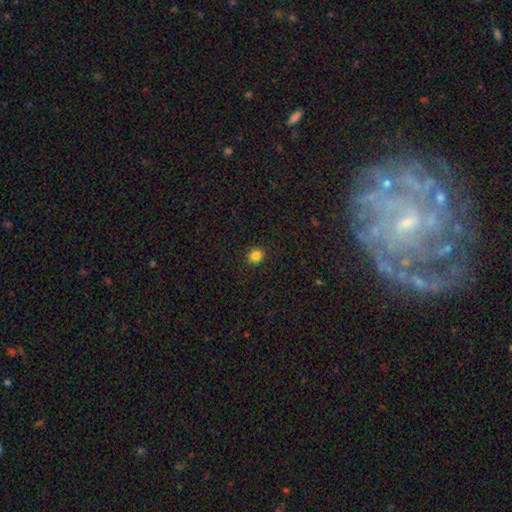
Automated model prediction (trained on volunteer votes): A smooth galaxy with no disk features (84%) that is round (89%).

Vote fractions:
- Smooth or featured? smooth: 84% / star or artifact: 12% / featured or disk: 4%
- How rounded? round: 89% / in between: 10% / cigar-shaped: 1%
- Merging? none: 92% / minor disturbance: 5% / major disturbance: 2% / merger: 1%